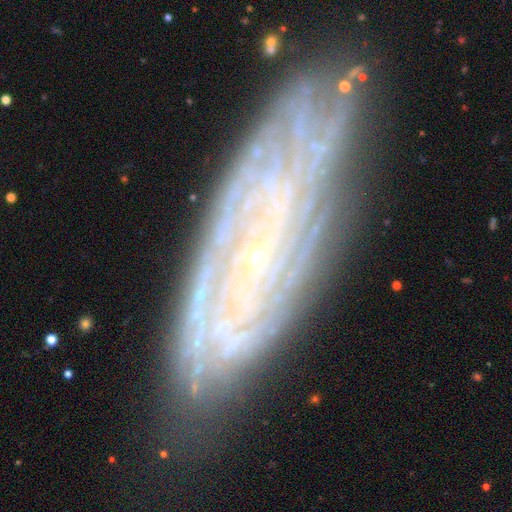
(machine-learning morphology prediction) This is likely a featured or disk galaxy (80%). It is clearly not viewed edge-on (83%). Bar: likely no (72%). Spiral arm pattern: clearly yes (89%). Spiral arm count: possibly can't tell (48%). Spiral winding: likely tight (76%). Central bulge: clearly small (85%). Merging: likely none (75%).